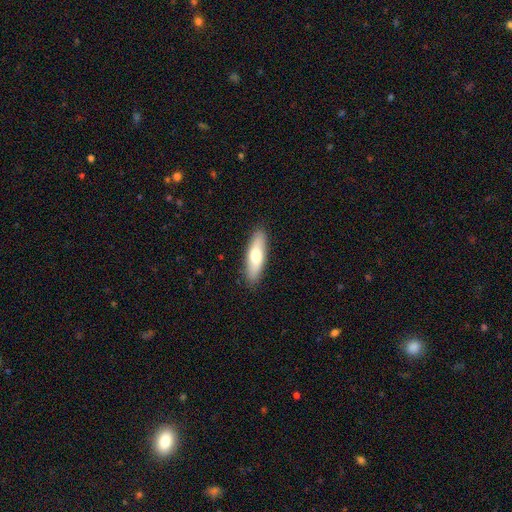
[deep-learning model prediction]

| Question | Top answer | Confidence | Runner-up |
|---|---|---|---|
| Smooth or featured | smooth | 66% | featured or disk (29%) |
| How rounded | cigar-shaped | 55% | in between (43%) |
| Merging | none | 88% | minor disturbance (9%) |